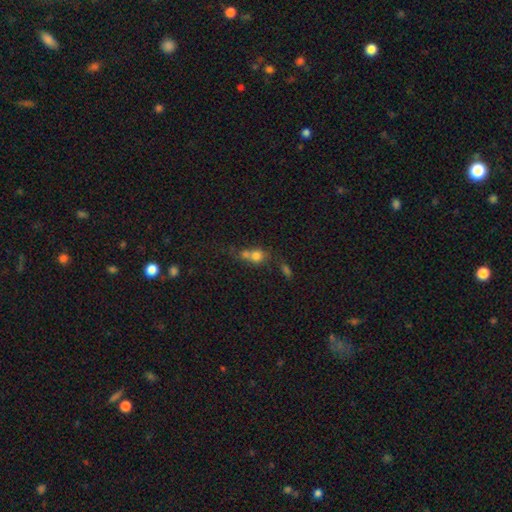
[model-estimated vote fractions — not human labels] smooth_or_featured: smooth (p=0.72) [alt: featured or disk p=0.15]
how_rounded: round (p=0.62) [alt: in between p=0.35]
merging: merger (p=0.57) [alt: none p=0.26]